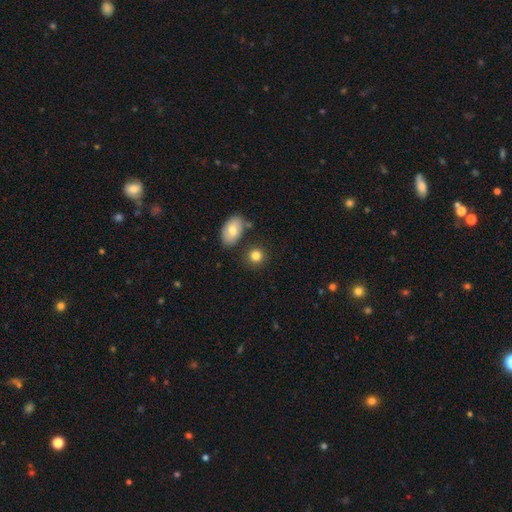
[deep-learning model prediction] This appears to be a smooth galaxy with no disk features (83%) that is round (77%). Merging: none (79%).